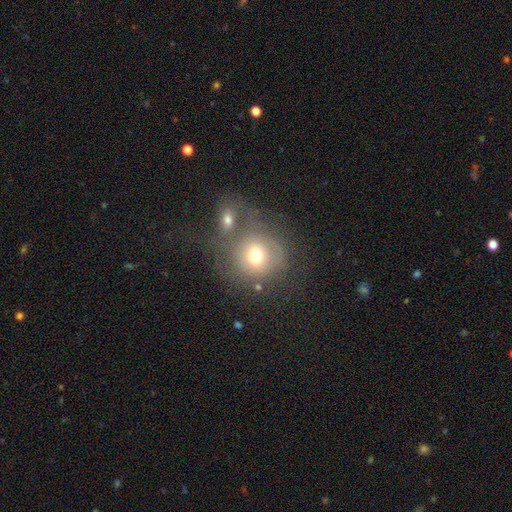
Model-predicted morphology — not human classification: A smooth galaxy with no disk features (64%) that is round (84%). Merging: none (40%).